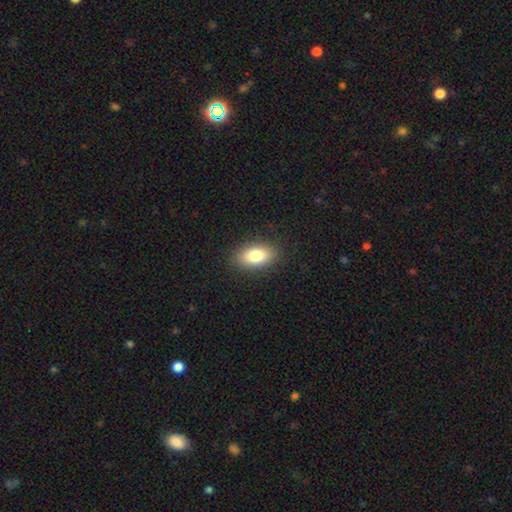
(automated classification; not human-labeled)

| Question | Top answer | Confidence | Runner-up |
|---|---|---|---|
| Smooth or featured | smooth | 81% | featured or disk (11%) |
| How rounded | in between | 90% | round (7%) |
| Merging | none | 88% | minor disturbance (9%) |